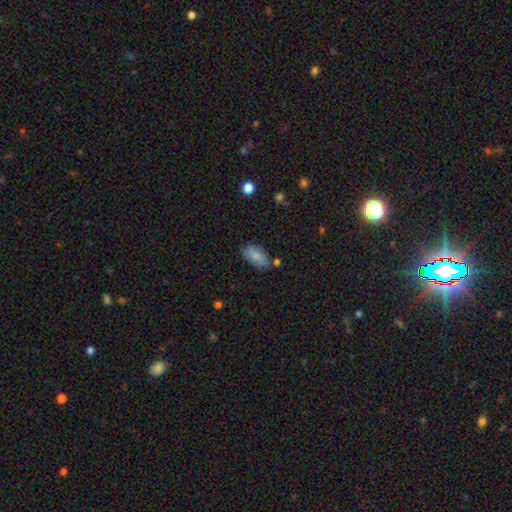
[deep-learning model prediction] Q: Smooth or featured?
A: smooth (84%); runner-up: featured or disk (9%)
Q: How rounded?
A: in between (92%); runner-up: cigar-shaped (4%)
Q: Merging?
A: none (73%); runner-up: minor disturbance (18%)